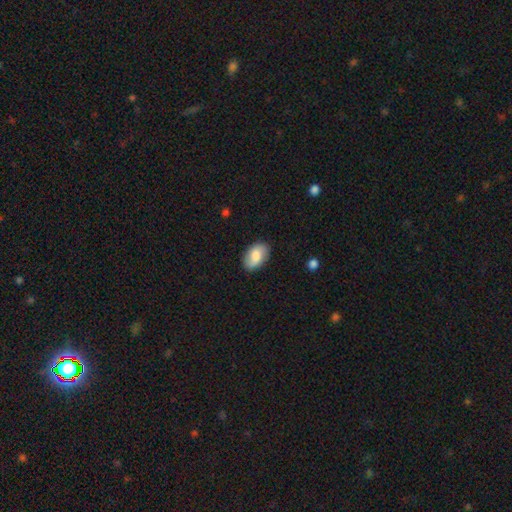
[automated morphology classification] The model was most divided on "smooth or featured": smooth: 74%, featured or disk: 20%, star or artifact: 7%. More confident: how rounded — in between (91%); merging — none (83%).